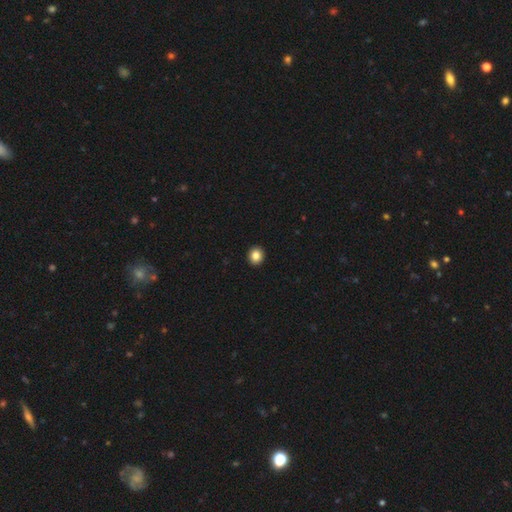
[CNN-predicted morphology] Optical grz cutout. It shows a smooth galaxy with no disk features (85%) that is round (83%). Merging: none (94%).